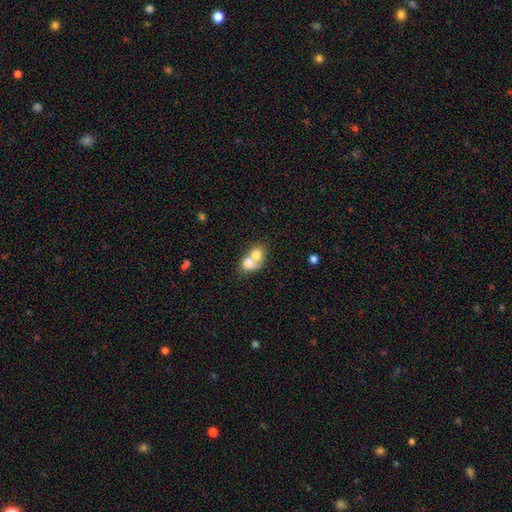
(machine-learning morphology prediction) Smooth or featured? Predicted: smooth (p=0.72). How rounded? Predicted: round (p=0.58). Merging? Predicted: merger (p=0.75).